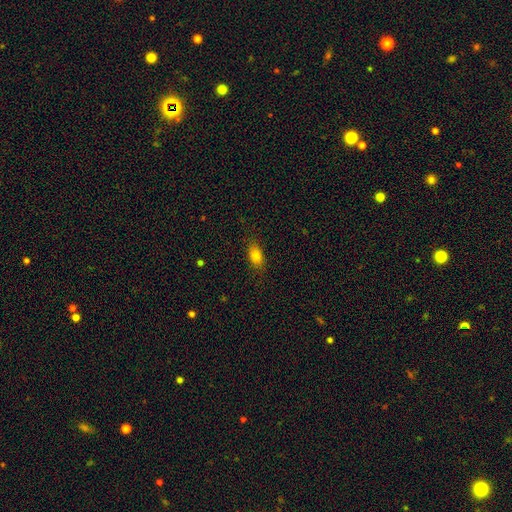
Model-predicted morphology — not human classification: type=smooth (84%); roundness=in between (87%); merging=none (83%).